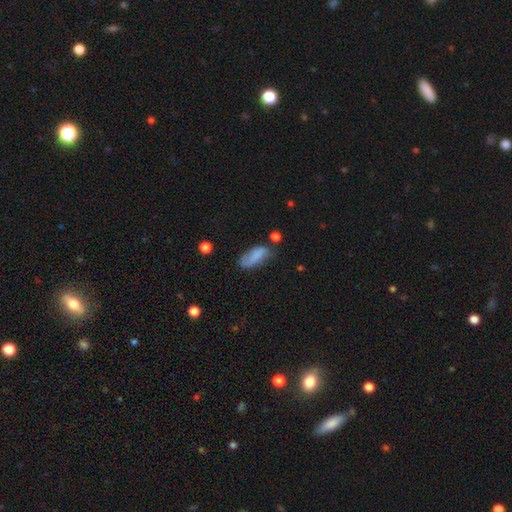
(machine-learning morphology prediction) A smooth galaxy with no disk features (70%) that is in between round and cigar-shaped (81%).

Vote fractions:
- Smooth or featured? smooth: 70% / featured or disk: 21% / star or artifact: 9%
- How rounded? in between: 81% / cigar-shaped: 16% / round: 3%
- Merging? none: 52% / minor disturbance: 30% / major disturbance: 12% / merger: 6%